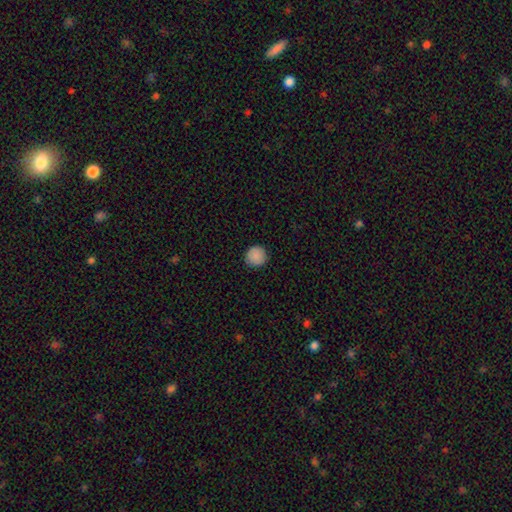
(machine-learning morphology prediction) Q: Smooth or featured?
A: smooth (89%); runner-up: star or artifact (8%)
Q: How rounded?
A: round (95%); runner-up: in between (4%)
Q: Merging?
A: none (92%); runner-up: minor disturbance (5%)